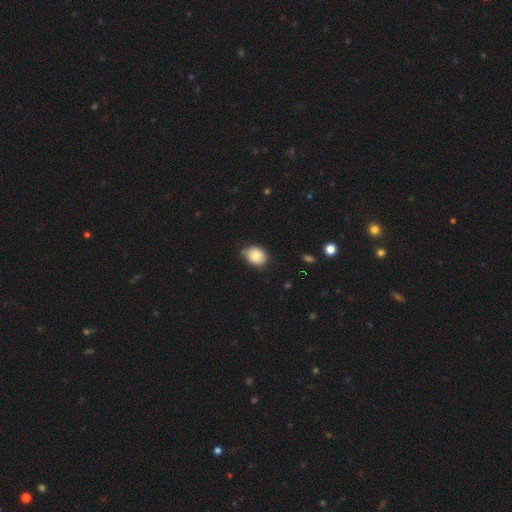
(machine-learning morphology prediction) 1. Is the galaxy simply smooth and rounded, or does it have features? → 82% smooth, 10% featured or disk, 8% star or artifact.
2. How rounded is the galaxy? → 54% round, 45% in between, 1% cigar-shaped.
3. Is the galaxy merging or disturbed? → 71% none, 23% minor disturbance, 3% major disturbance, 2% merger.